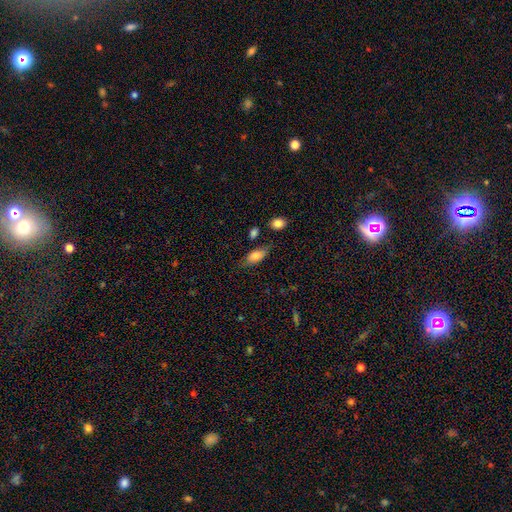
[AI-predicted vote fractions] smooth 76%, featured or disk 17%, star or artifact 7%. Down the decision tree: how rounded — in between (82%); merging — none (68%).